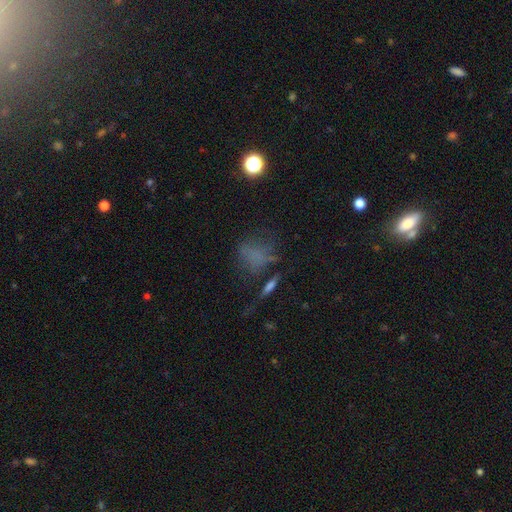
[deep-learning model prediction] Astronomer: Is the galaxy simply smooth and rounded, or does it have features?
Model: smooth — 51%.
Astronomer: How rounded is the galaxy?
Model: in between — 48% (runner-up: round, 47%).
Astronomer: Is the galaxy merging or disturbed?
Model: none — 44% (runner-up: major disturbance, 28%).